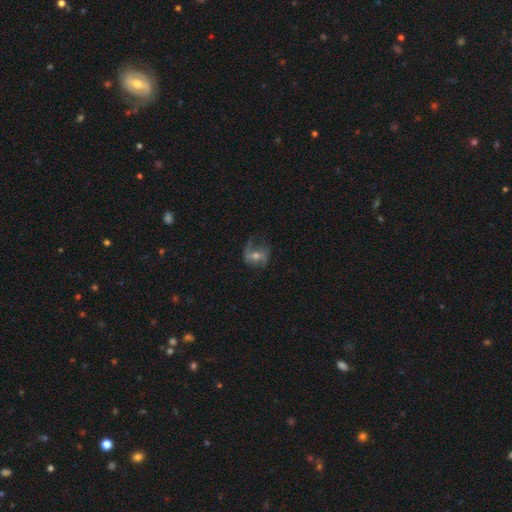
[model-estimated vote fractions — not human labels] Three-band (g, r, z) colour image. It shows a featured or disk galaxy (63%) with no bar (51%), spiral arms (79%) and a moderate central bulge (58%). Merging: none (54%).